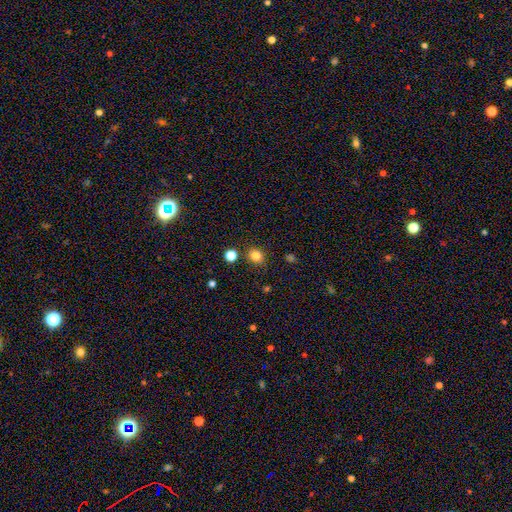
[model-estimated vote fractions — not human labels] Overall: smooth (82%). How rounded: round (76%). Merging: none (84%).